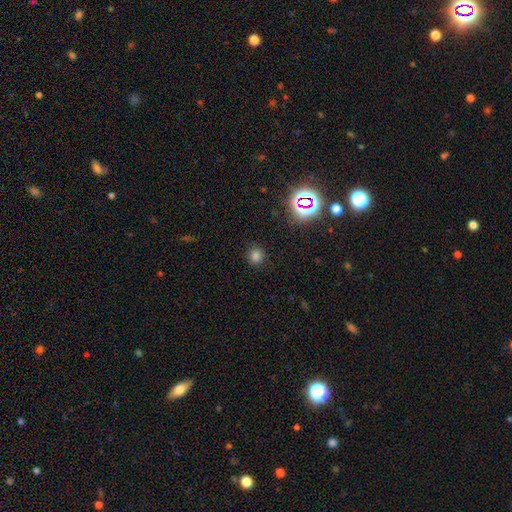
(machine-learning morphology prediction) smooth 76%, star or artifact 20%, featured or disk 5%. Down the decision tree: how rounded — round (89%); merging — none (89%).